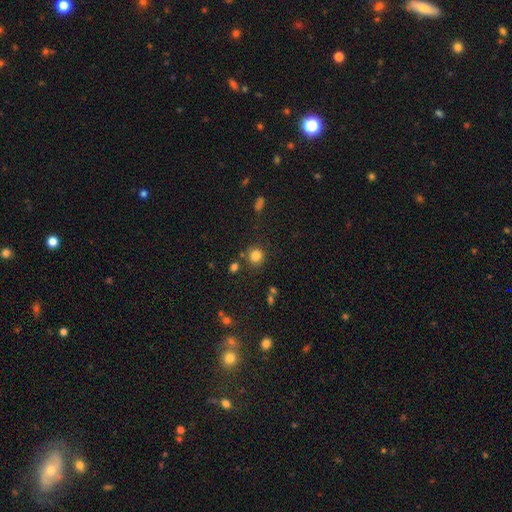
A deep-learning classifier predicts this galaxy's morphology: Smooth or featured? Predicted: smooth (p=0.81). How rounded? Predicted: round (p=0.90). Merging? Predicted: none (p=0.80).